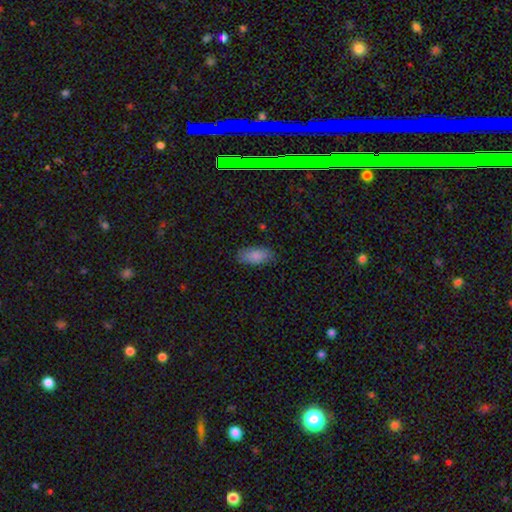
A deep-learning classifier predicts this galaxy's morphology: This is clearly a smooth galaxy (87%). How rounded: clearly in between (90%). Merging: clearly none (83%).